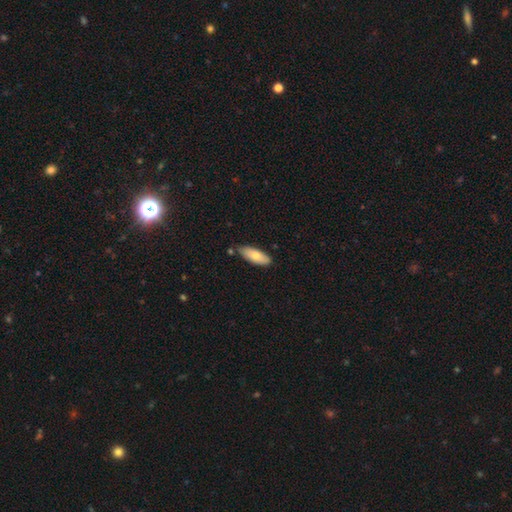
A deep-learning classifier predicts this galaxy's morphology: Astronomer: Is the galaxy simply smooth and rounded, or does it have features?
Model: smooth — 75%.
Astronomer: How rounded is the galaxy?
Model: in between — 71%.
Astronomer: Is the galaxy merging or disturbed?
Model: none — 78%.